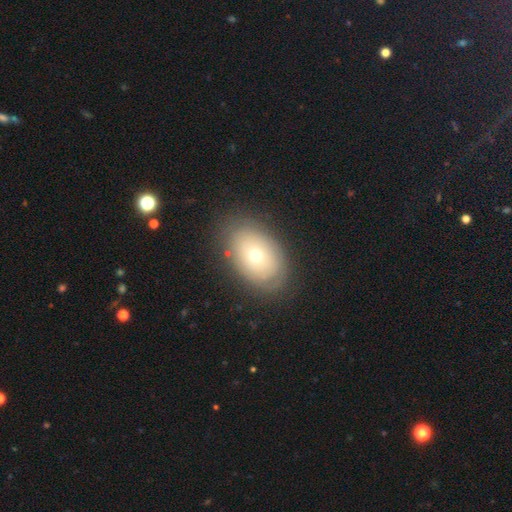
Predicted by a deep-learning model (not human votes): Smooth or featured? Predicted: smooth (p=0.56). How rounded? Predicted: in between (p=0.82). Merging? Predicted: none (p=0.81).